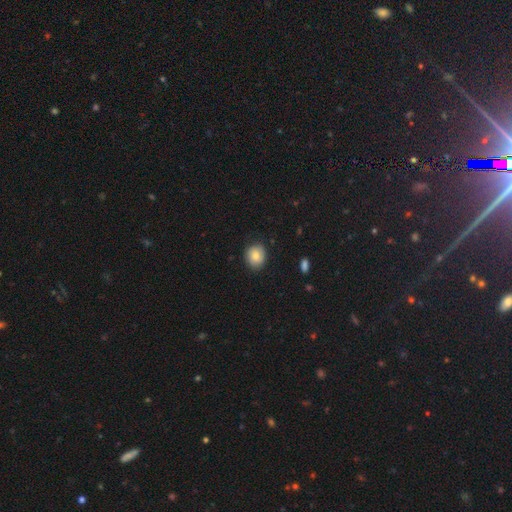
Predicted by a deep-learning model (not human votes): The model was most divided on "how rounded": round: 66%, in between: 33%, cigar-shaped: 1%. More confident: merging — none (83%); smooth or featured — smooth (78%).